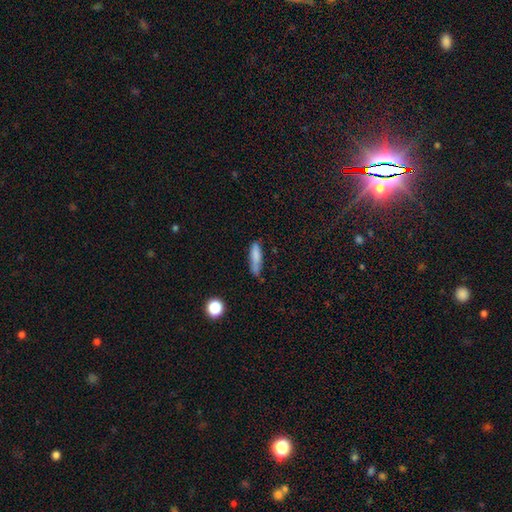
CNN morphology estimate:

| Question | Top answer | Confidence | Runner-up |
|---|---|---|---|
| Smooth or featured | smooth | 79% | featured or disk (13%) |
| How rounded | cigar-shaped | 67% | in between (31%) |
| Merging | none | 54% | minor disturbance (32%) |